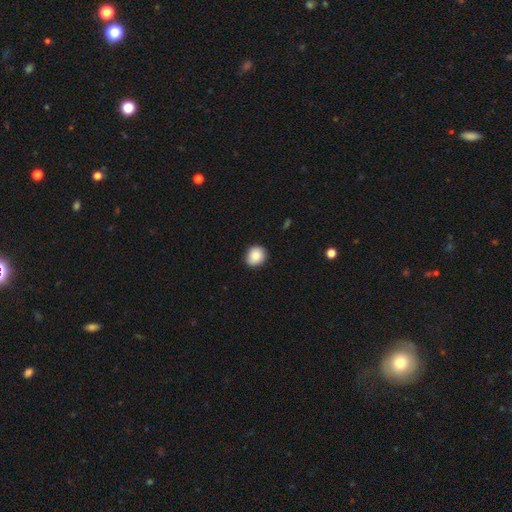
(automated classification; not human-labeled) Smooth or featured? Predicted: smooth (p=0.86). How rounded? Predicted: round (p=0.80). Merging? Predicted: none (p=0.88).